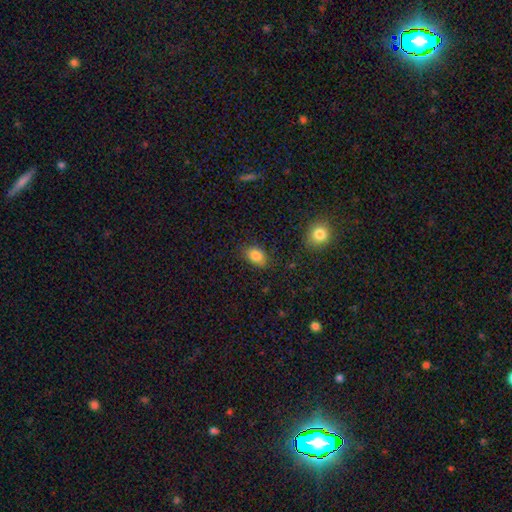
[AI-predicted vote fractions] Overall: smooth (85%). How rounded: in between (79%). Merging: none (79%).